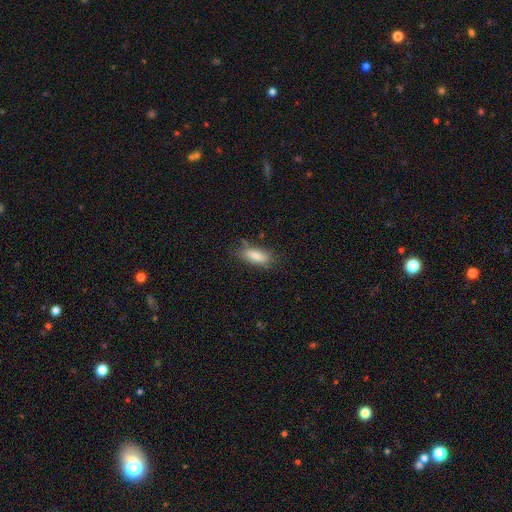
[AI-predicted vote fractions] This appears to be a smooth galaxy with no disk features (81%) that is in between round and cigar-shaped (78%). Merging: none (75%).